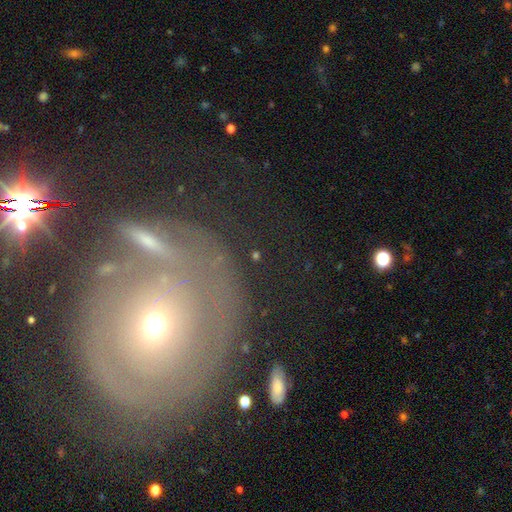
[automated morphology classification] Smooth or featured? star or artifact (45%)